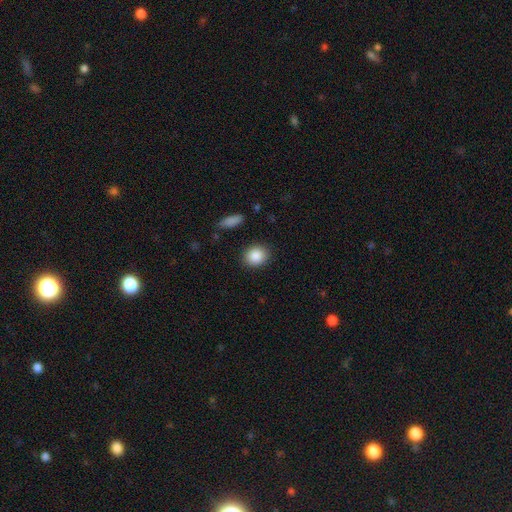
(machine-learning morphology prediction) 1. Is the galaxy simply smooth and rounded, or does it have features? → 88% smooth, 8% star or artifact, 4% featured or disk.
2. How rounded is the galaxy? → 61% round, 38% in between, 1% cigar-shaped.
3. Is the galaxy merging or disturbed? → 88% none, 8% minor disturbance, 3% major disturbance, 2% merger.